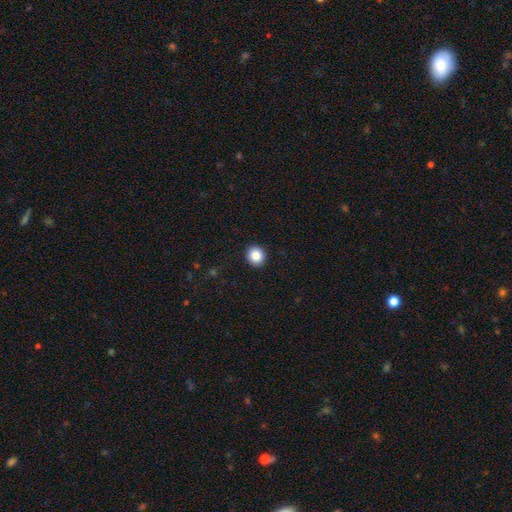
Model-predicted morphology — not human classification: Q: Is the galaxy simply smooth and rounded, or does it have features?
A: smooth — 87%.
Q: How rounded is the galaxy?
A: round — 87%.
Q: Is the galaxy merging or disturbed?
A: none — 93%.